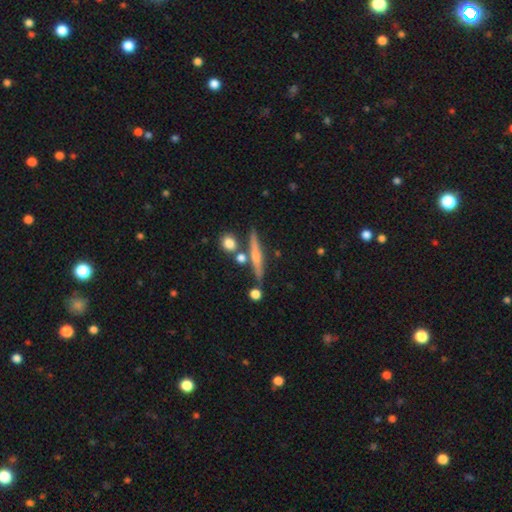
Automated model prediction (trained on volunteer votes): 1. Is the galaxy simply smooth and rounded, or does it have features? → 56% featured or disk, 36% smooth, 8% star or artifact.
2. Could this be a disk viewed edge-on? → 94% yes, 6% no.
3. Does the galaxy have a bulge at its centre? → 65% rounded, 25% none, 9% boxy.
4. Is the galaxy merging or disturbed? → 77% none, 11% minor disturbance, 9% merger, 3% major disturbance.